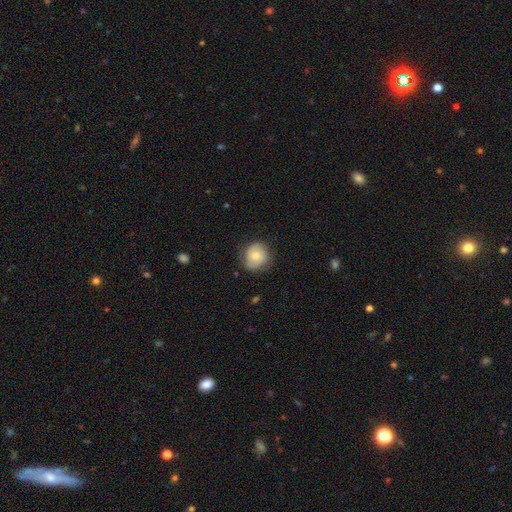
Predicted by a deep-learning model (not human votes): smooth-or-featured: smooth: 68% | featured or disk: 25% | star or artifact: 7%
  how-rounded: round: 81% | in between: 18% | cigar-shaped: 1%
  merging: none: 74% | minor disturbance: 20% | major disturbance: 5% | merger: 1%